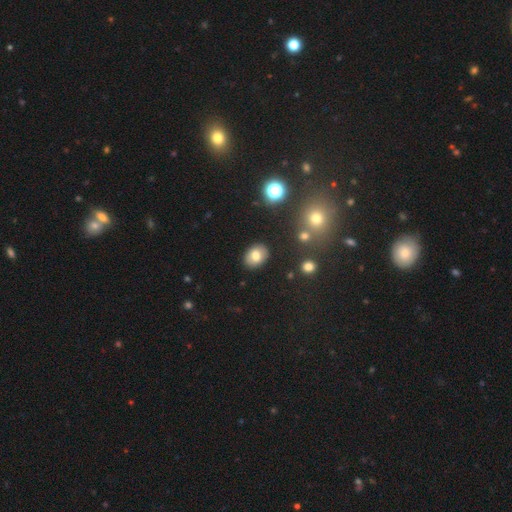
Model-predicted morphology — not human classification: This is likely a smooth galaxy (76%). How rounded: likely in between (69%). Merging: clearly none (87%).